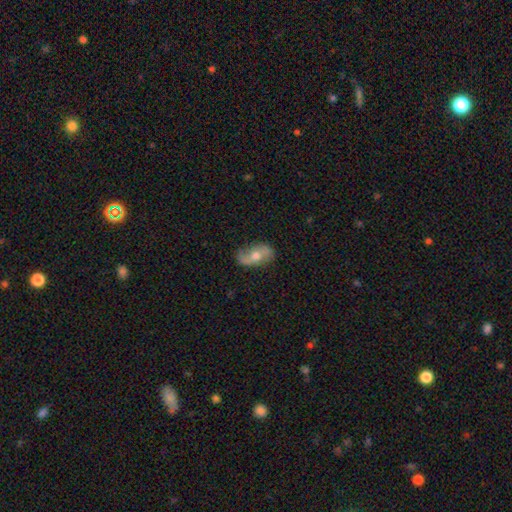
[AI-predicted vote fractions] smooth_or_featured: featured or disk (p=0.62) [alt: smooth p=0.31]
disk_edge_on: no (p=0.90) [alt: yes p=0.10]
bar: no (p=0.58) [alt: weak p=0.29]
has_spiral_arms: yes (p=0.82) [alt: no p=0.18]
bulge_size: moderate (p=0.70) [alt: small p=0.22]
merging: none (p=0.76) [alt: minor disturbance p=0.18]